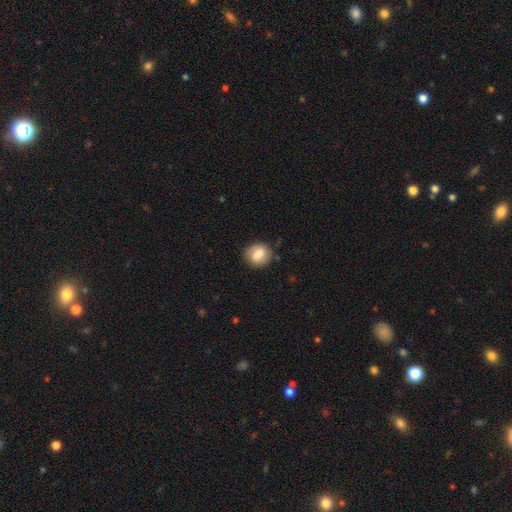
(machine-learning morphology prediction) type=smooth (76%); roundness=round (68%); merging=none (81%).